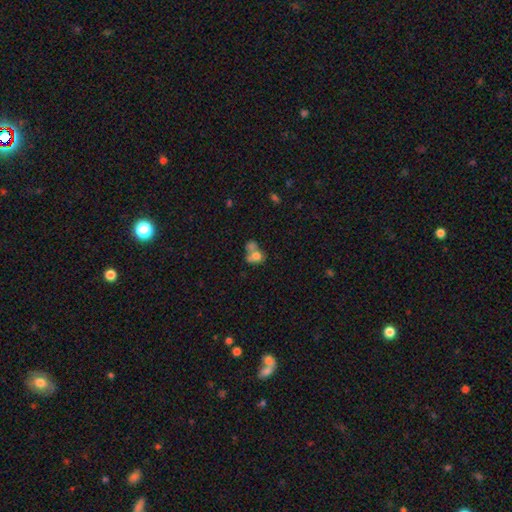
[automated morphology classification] This is likely a smooth galaxy (71%). How rounded: possibly round (50%). Merging: likely merger (60%).